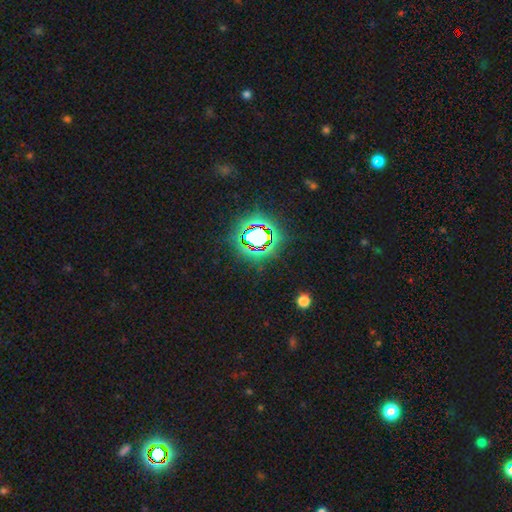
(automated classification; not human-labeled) This appears to be a star or artifact, not a galaxy (80%).